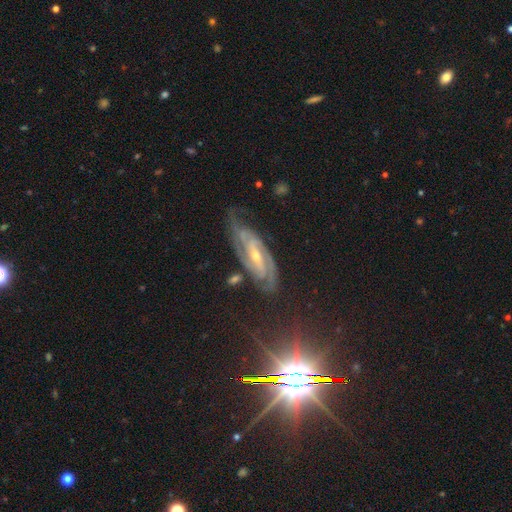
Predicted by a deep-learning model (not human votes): A featured or disk galaxy (85%) with a weak bar (40%), 2 (65%) tight (52%) spiral arms (98%) and a small central bulge (62%). Merging: none (72%).